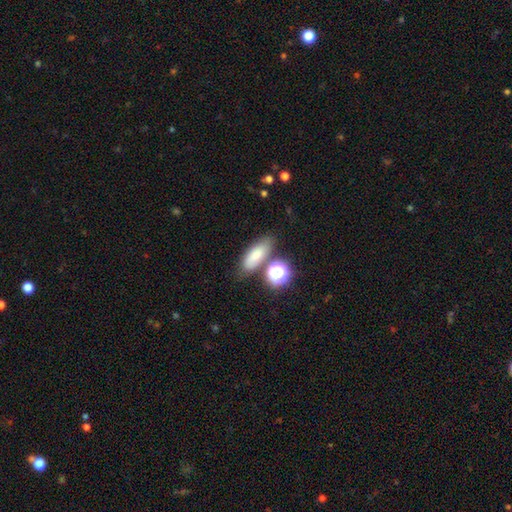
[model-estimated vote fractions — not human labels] The model was most divided on "how rounded": in between: 67%, cigar-shaped: 20%, round: 13%. More confident: smooth or featured — smooth (72%); merging — none (69%).